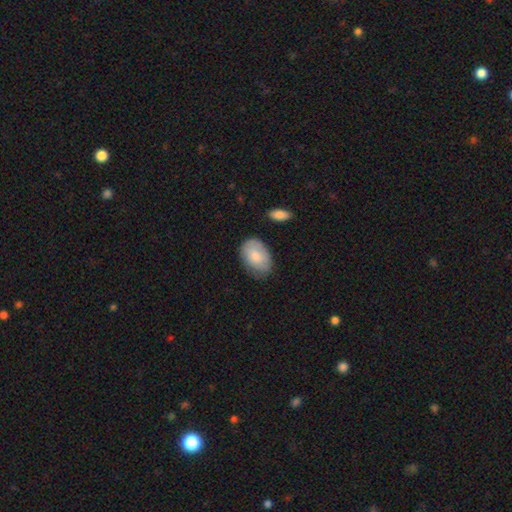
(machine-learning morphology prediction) smooth-or-featured: smooth: 76% | featured or disk: 18% | star or artifact: 6%
  how-rounded: in between: 86% | round: 13% | cigar-shaped: 1%
  merging: none: 66% | minor disturbance: 26% | major disturbance: 6% | merger: 2%